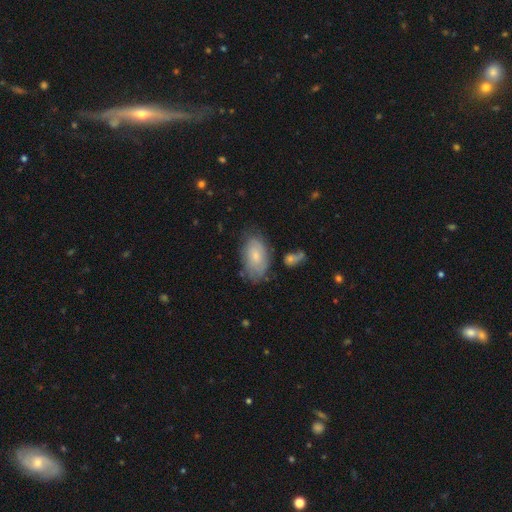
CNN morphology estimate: smooth_or_featured: smooth (p=0.64) [alt: featured or disk p=0.29]
how_rounded: in between (p=0.93) [alt: round p=0.05]
merging: none (p=0.66) [alt: minor disturbance p=0.22]